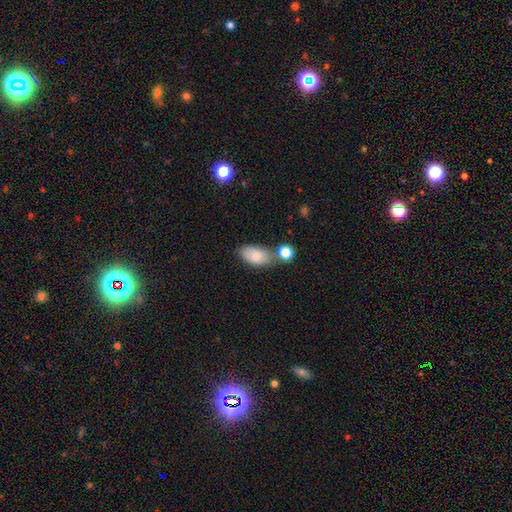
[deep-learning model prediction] Q: Smooth or featured?
A: smooth (82%); runner-up: featured or disk (11%)
Q: How rounded?
A: in between (92%); runner-up: round (5%)
Q: Merging?
A: none (52%); runner-up: merger (22%)